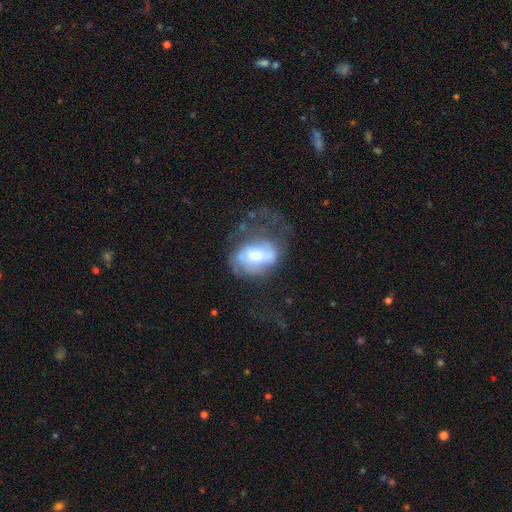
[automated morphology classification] Smooth or featured? featured or disk (54%)
Edge-on disk? no (96%)
Bar? no (54%)
Spiral arms? yes (53%)
Bulge size? moderate (58%)
Merging? major disturbance (44%)